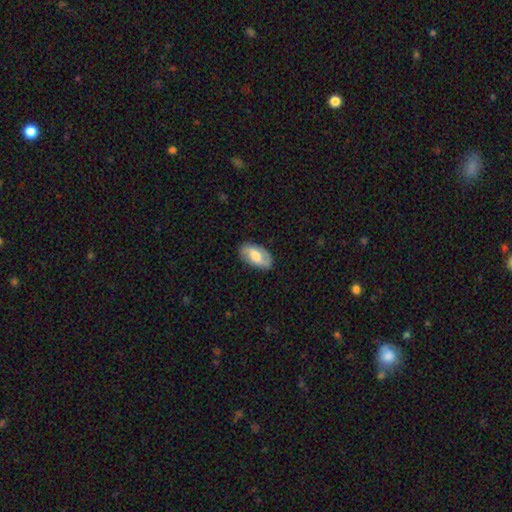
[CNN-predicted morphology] Smooth or featured? featured or disk (54%)
Edge-on disk? no (94%)
Bar? weak (45%)
Spiral arms? yes (83%)
Bulge size? moderate (55%)
Merging? none (83%)